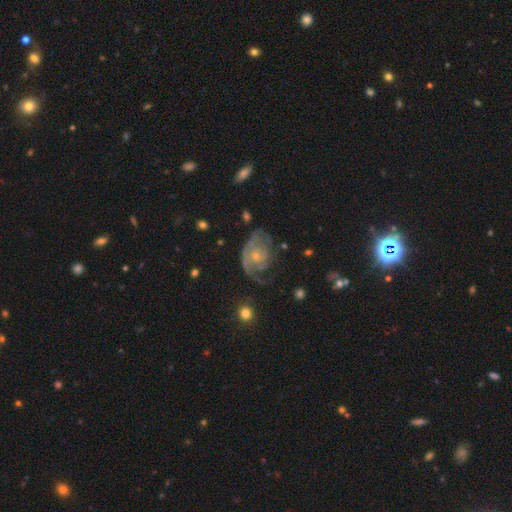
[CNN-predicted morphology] Smooth or featured?
  - featured or disk: 77% *
  - smooth: 16%
  - star or artifact: 7%
Edge-on disk?
  - no: 97% *
  - yes: 3%
Bar?
  - no: 80% *
  - weak: 17%
  - strong: 3%
Spiral arms?
  - yes: 85% *
  - no: 15%
Spiral winding?
  - tight: 47% *
  - medium: 36%
  - loose: 18%
Spiral arm count?
  - can't tell: 33% *
  - 2: 30%
  - 1: 16%
  - 3: 13%
  - 4: 5%
  - more than 4: 4%
Bulge size?
  - small: 73% *
  - moderate: 22%
  - none: 3%
  - large: 1%
  - dominant: 1%
Merging?
  - none: 45% *
  - major disturbance: 27%
  - minor disturbance: 25%
  - merger: 2%